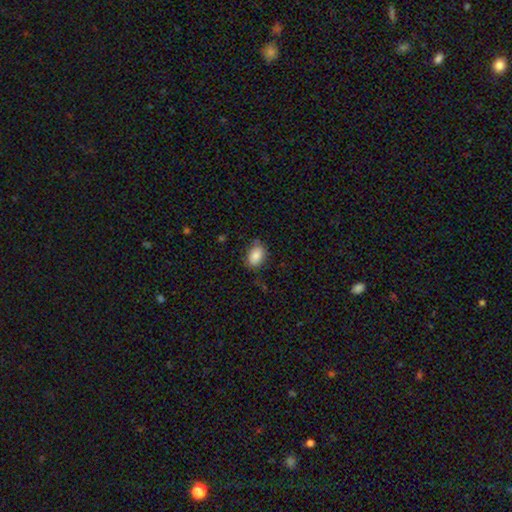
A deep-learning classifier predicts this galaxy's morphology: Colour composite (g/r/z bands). It shows a smooth galaxy with no disk features (85%) that is in between round and cigar-shaped (86%). Merging: none (74%).